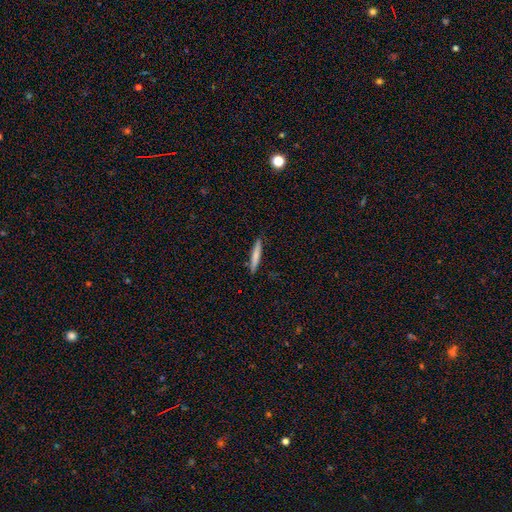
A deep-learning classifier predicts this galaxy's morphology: type=smooth (72%); roundness=cigar-shaped (94%); merging=none (89%).